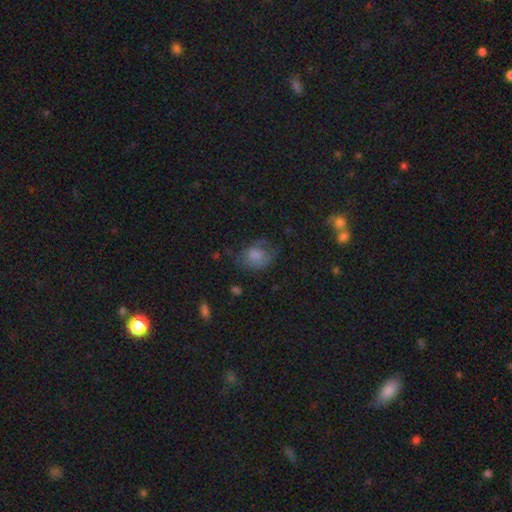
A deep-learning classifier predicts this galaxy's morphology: The model was most divided on "how rounded": in between: 55%, round: 44%, cigar-shaped: 1%. Remaining: smooth or featured — smooth (67%); merging — none (41%).